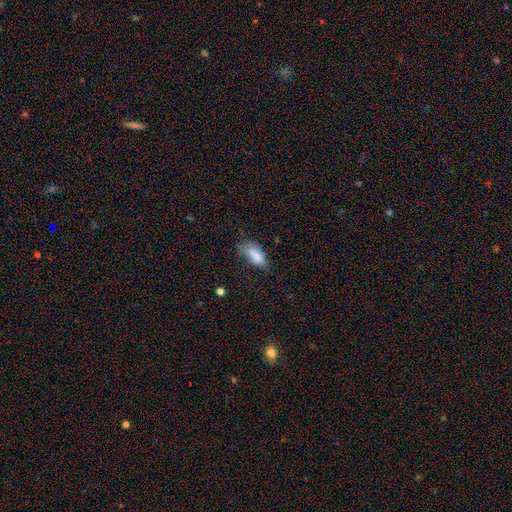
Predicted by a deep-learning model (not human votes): This appears to be a smooth galaxy with no disk features (81%) that is in between round and cigar-shaped (89%). Merging: minor disturbance (37%).